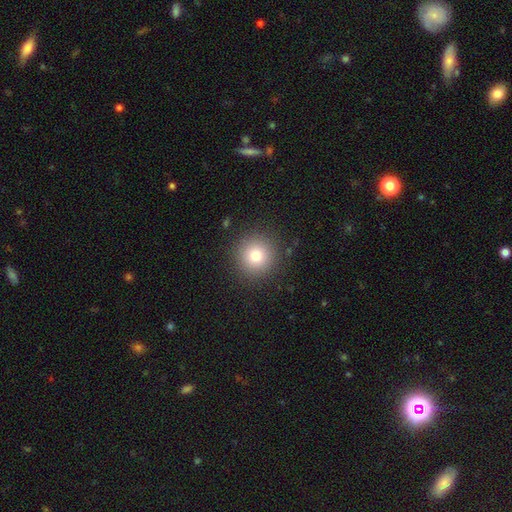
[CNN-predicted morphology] Smooth or featured: smooth — 78% (star or artifact — 13%)
How rounded: round — 96% (in between — 4%)
Merging: none — 90% (minor disturbance — 6%)